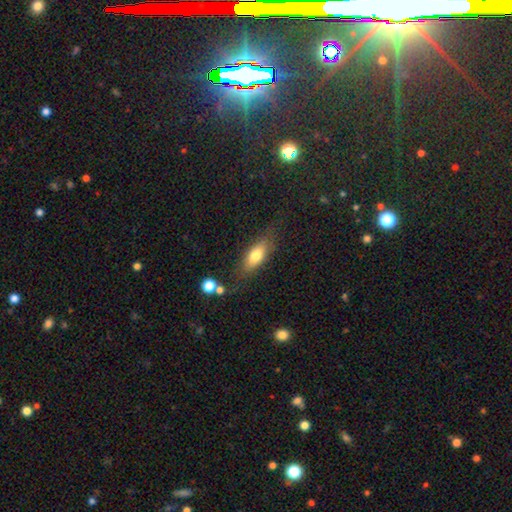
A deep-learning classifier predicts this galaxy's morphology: Q: Smooth or featured?
A: smooth (70%); runner-up: featured or disk (22%)
Q: How rounded?
A: in between (70%); runner-up: cigar-shaped (26%)
Q: Merging?
A: none (71%); runner-up: minor disturbance (18%)